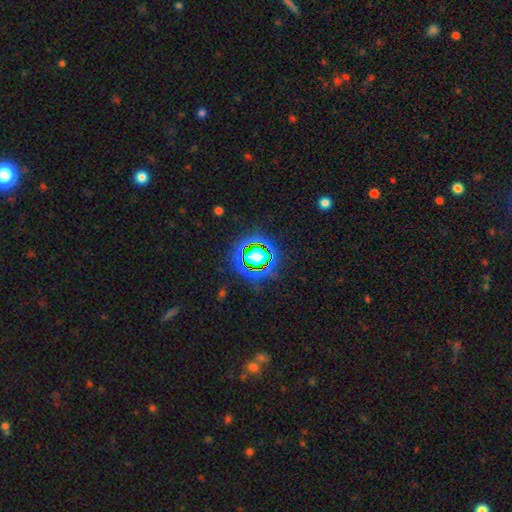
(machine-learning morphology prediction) Smooth or featured? Predicted: star or artifact (p=0.65).